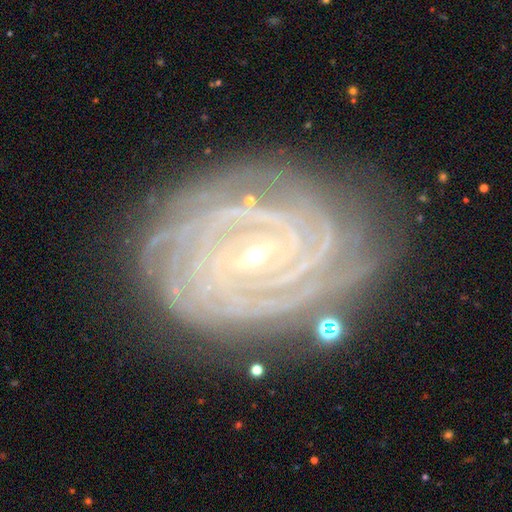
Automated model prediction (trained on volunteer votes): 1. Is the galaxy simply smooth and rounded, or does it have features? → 91% featured or disk, 6% star or artifact, 4% smooth.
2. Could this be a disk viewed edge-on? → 97% no, 3% yes.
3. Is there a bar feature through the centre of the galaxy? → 40% weak, 32% no, 28% strong.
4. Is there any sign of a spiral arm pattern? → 98% yes, 2% no.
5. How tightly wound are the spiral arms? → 88% tight, 10% medium, 2% loose.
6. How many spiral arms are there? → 25% 4, 23% more than 4, 18% can't tell, 14% 3, 12% 2, 8% 1.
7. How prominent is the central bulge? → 81% small, 16% moderate, 1% none, 1% large, 1% dominant.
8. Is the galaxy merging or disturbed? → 80% none, 14% minor disturbance, 4% major disturbance, 2% merger.